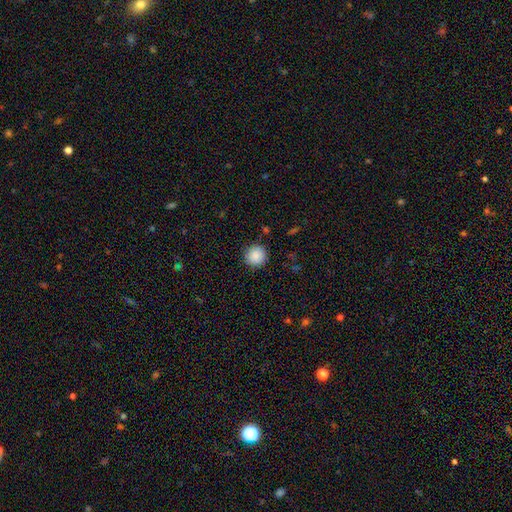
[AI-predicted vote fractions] Smooth or featured?
  - smooth: 88% *
  - star or artifact: 9%
  - featured or disk: 3%
How rounded?
  - round: 95% *
  - in between: 4%
  - cigar-shaped: 1%
Merging?
  - none: 90% *
  - minor disturbance: 7%
  - major disturbance: 2%
  - merger: 1%